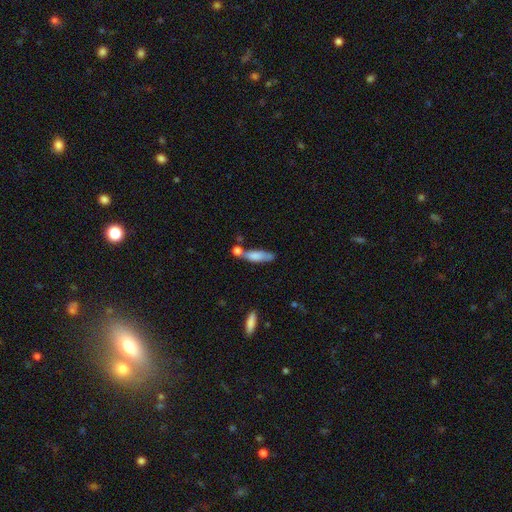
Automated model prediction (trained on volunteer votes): smooth 72%, featured or disk 21%, star or artifact 7%. Down the decision tree: how rounded — cigar-shaped (58%); merging — none (39%).